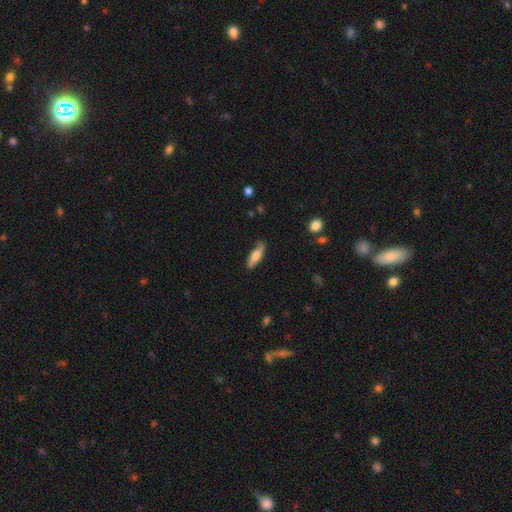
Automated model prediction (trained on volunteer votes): smooth_or_featured: smooth (p=0.59) [alt: featured or disk p=0.35]
how_rounded: cigar-shaped (p=0.57) [alt: in between p=0.41]
merging: none (p=0.76) [alt: minor disturbance p=0.19]